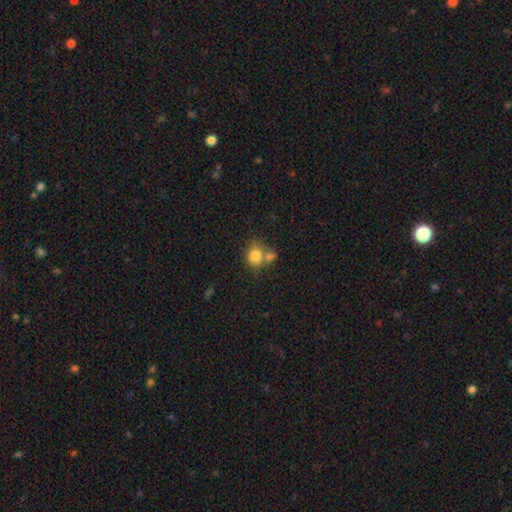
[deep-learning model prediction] Smooth or featured? smooth (80%)
How rounded? round (72%)
Merging? none (49%)